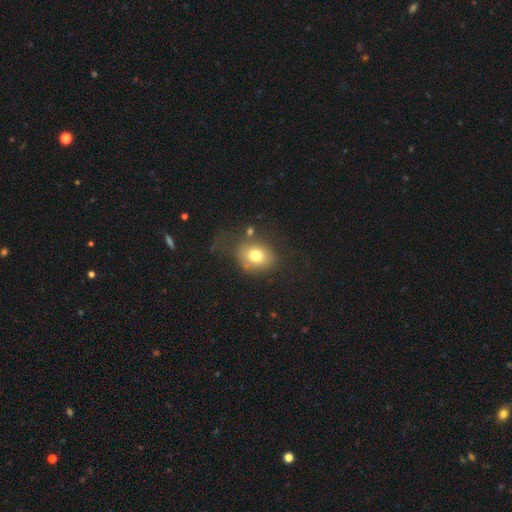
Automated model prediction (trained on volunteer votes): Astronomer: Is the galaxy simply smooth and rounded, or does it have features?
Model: smooth — 75%.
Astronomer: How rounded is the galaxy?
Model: round — 54% (runner-up: in between, 45%).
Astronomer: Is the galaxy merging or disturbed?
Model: none — 66%.